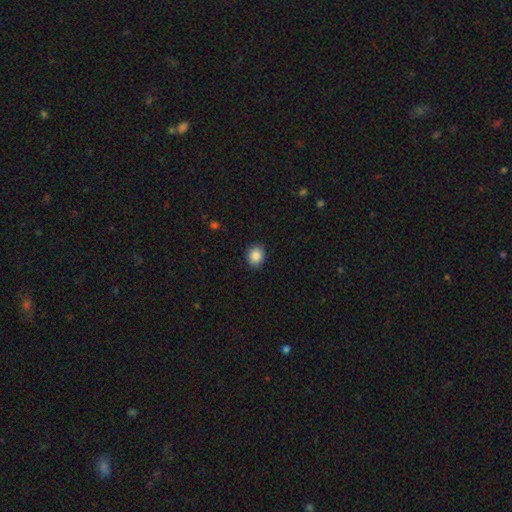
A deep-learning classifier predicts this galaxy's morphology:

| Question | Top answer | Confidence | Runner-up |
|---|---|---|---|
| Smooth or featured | smooth | 88% | star or artifact (9%) |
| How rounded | round | 72% | in between (27%) |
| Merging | none | 88% | minor disturbance (9%) |